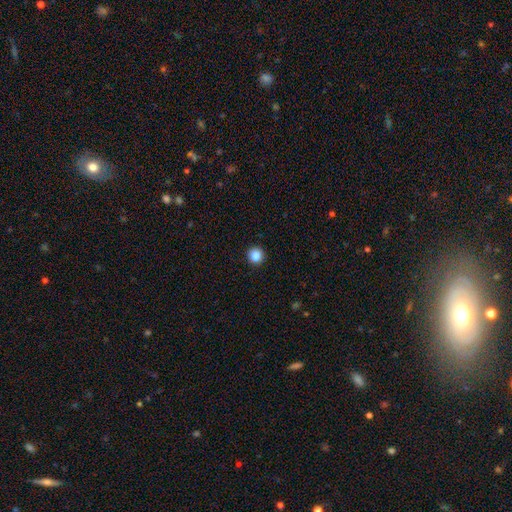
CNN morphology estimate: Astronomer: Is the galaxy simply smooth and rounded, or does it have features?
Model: smooth — 87%.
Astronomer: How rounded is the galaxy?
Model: round — 94%.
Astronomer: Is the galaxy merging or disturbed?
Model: none — 93%.